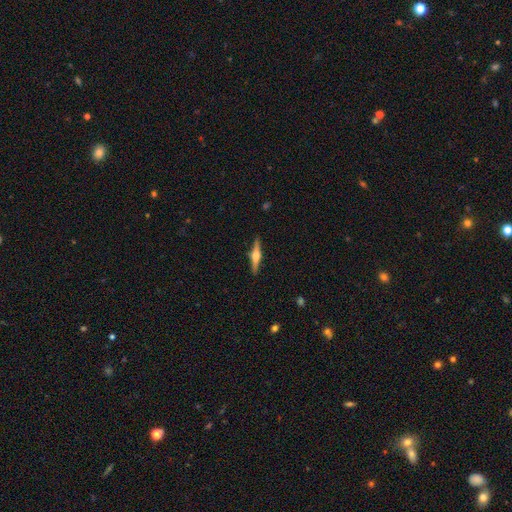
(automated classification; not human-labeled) The model was most divided on "smooth or featured": featured or disk: 75%, smooth: 19%, star or artifact: 6%. More confident: edge-on disk — yes (98%); edge-on bulge — rounded (92%); merging — none (91%).